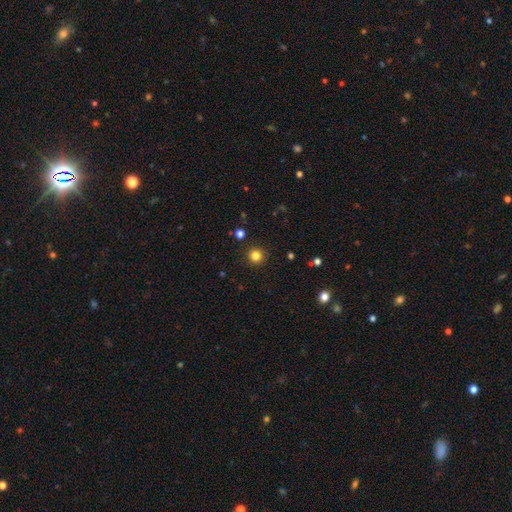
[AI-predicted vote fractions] Smooth or featured? Predicted: smooth (p=0.81). How rounded? Predicted: round (p=0.95). Merging? Predicted: none (p=0.92).